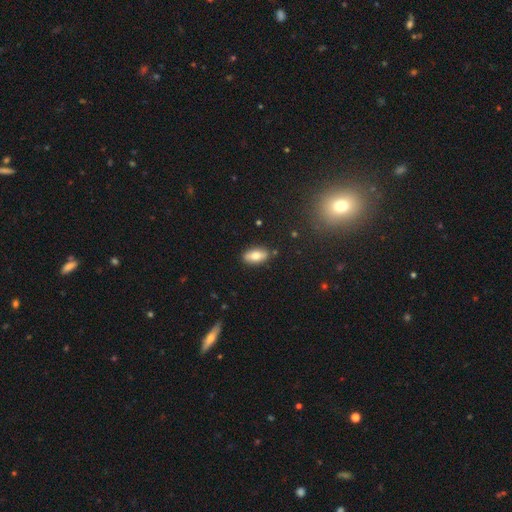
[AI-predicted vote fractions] smooth-or-featured: smooth: 75% | featured or disk: 18% | star or artifact: 7%
  how-rounded: in between: 88% | cigar-shaped: 9% | round: 4%
  merging: none: 85% | minor disturbance: 11% | major disturbance: 2% | merger: 2%